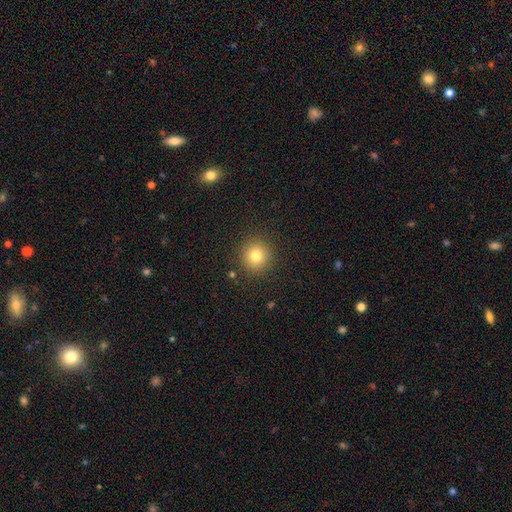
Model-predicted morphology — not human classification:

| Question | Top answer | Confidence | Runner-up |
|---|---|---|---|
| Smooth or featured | smooth | 79% | star or artifact (13%) |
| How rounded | round | 94% | in between (5%) |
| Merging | none | 90% | minor disturbance (6%) |